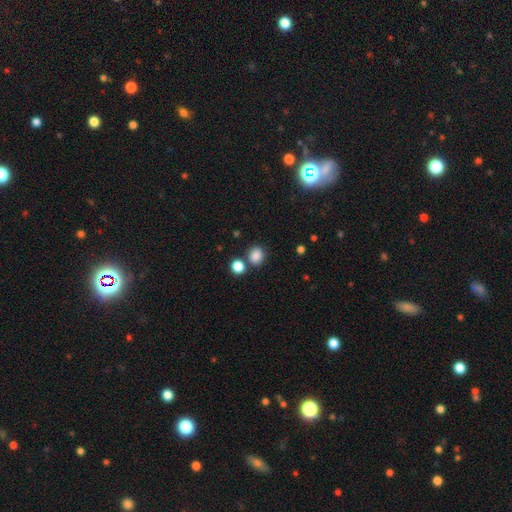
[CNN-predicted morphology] A smooth galaxy with no disk features (85%) that is round (74%). Merging: none (72%).